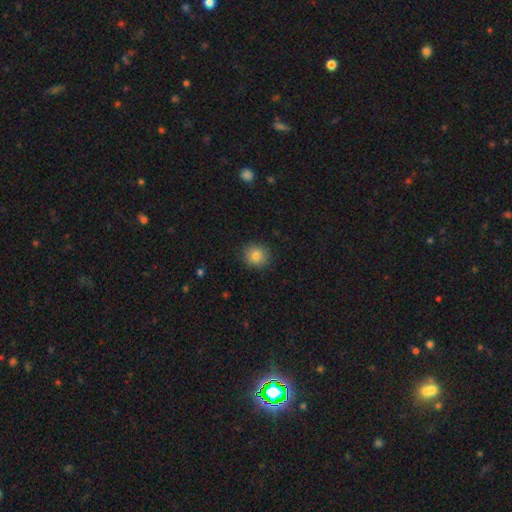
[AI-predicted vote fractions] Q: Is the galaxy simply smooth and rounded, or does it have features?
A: smooth — 82%.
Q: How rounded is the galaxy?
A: round — 83%.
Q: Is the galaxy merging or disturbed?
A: none — 87%.